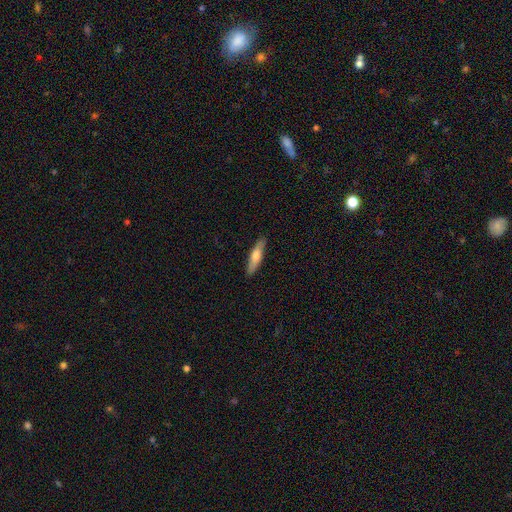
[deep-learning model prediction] smooth 62%, featured or disk 33%, star or artifact 5%. Down the decision tree: how rounded — cigar-shaped (79%); merging — none (89%).